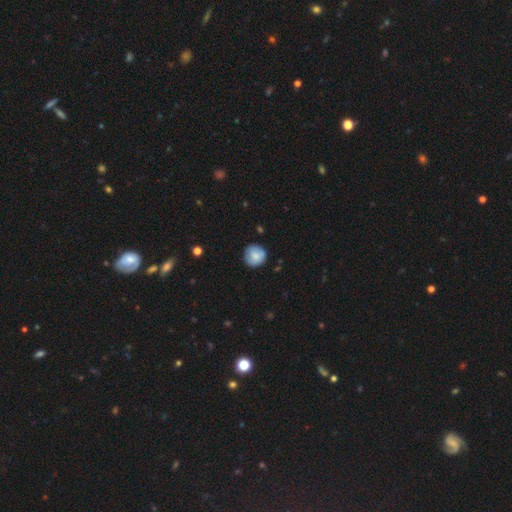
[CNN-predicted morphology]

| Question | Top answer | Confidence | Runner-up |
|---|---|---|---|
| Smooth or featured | smooth | 80% | featured or disk (13%) |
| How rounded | round | 93% | in between (6%) |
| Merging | none | 81% | minor disturbance (15%) |